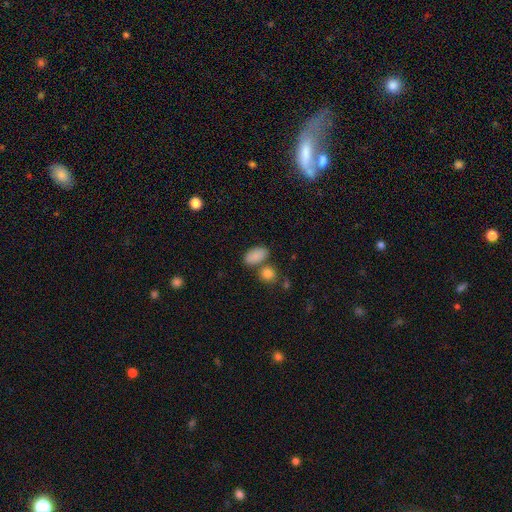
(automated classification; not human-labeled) Overall: smooth (86%). How rounded: in between (91%). Merging: none (65%).